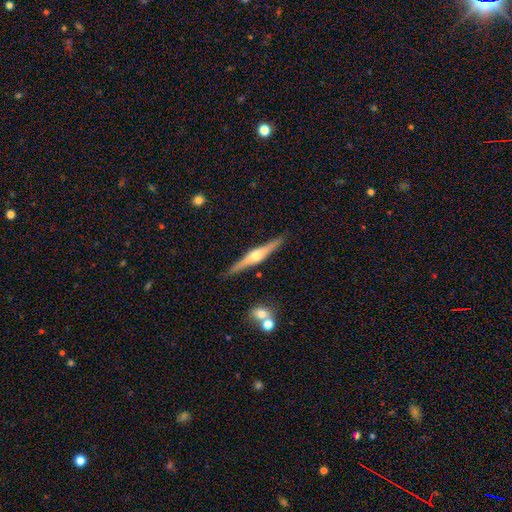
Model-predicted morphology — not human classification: featured or disk 77%, smooth 17%, star or artifact 5%. Down the decision tree: edge-on disk — yes (98%); edge-on bulge — rounded (92%); merging — none (89%).